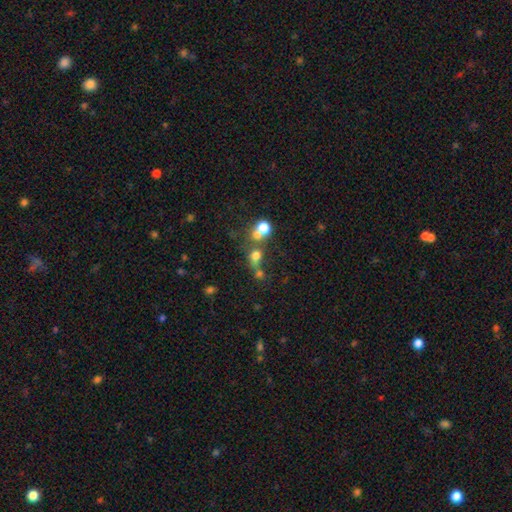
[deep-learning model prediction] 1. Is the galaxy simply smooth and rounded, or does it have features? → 64% smooth, 19% star or artifact, 17% featured or disk.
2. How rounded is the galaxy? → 71% round, 27% in between, 2% cigar-shaped.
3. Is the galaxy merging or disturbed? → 46% merger, 37% none, 9% minor disturbance, 8% major disturbance.